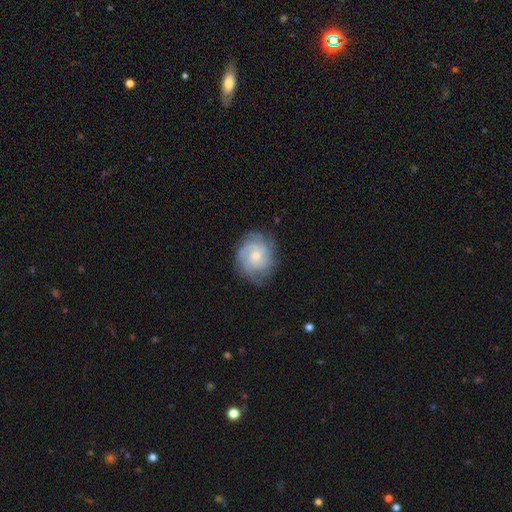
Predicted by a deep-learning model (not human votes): Smooth or featured?
  - featured or disk: 78% *
  - smooth: 15%
  - star or artifact: 7%
Edge-on disk?
  - no: 97% *
  - yes: 3%
Bar?
  - no: 74% *
  - weak: 23%
  - strong: 3%
Spiral arms?
  - yes: 95% *
  - no: 5%
Spiral winding?
  - tight: 62% *
  - medium: 31%
  - loose: 7%
Spiral arm count?
  - can't tell: 29% *
  - 3: 26%
  - 4: 21%
  - 2: 11%
  - more than 4: 7%
  - 1: 6%
Bulge size?
  - small: 50% *
  - moderate: 46%
  - large: 2%
  - none: 2%
  - dominant: 1%
Merging?
  - none: 76% *
  - minor disturbance: 17%
  - major disturbance: 6%
  - merger: 1%